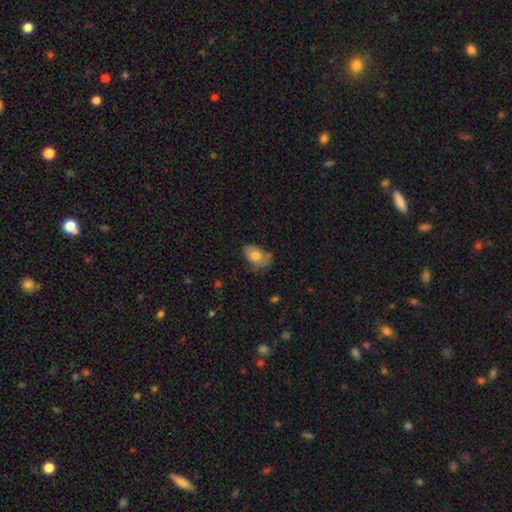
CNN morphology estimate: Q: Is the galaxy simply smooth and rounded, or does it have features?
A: smooth — 71%.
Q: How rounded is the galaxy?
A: in between — 86%.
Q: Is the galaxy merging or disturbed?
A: none — 52%.